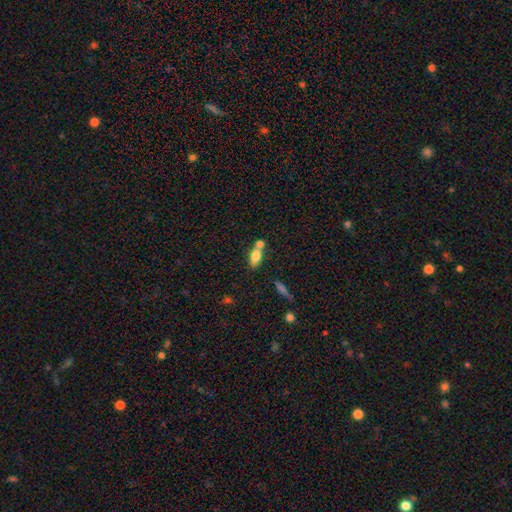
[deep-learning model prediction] The model was most divided on "merging": merger: 44%, none: 42%, minor disturbance: 11%, major disturbance: 4%. More confident: how rounded — in between (81%); smooth or featured — smooth (76%).